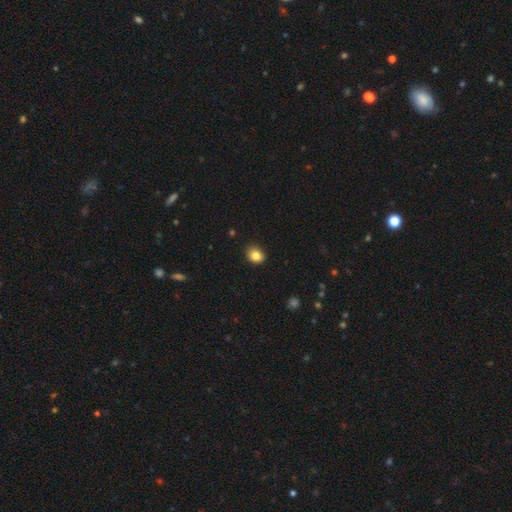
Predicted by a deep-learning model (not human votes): A smooth galaxy with no disk features (85%) that is round (58%).

Vote fractions:
- Smooth or featured? smooth: 85% / star or artifact: 10% / featured or disk: 5%
- How rounded? round: 58% / in between: 41% / cigar-shaped: 1%
- Merging? none: 86% / minor disturbance: 11% / major disturbance: 2% / merger: 1%